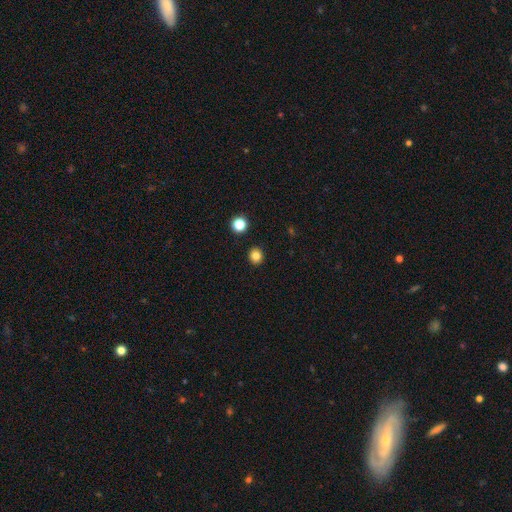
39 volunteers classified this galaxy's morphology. Overall: smooth (79%). How rounded: round (74%). Merging: none (91%).